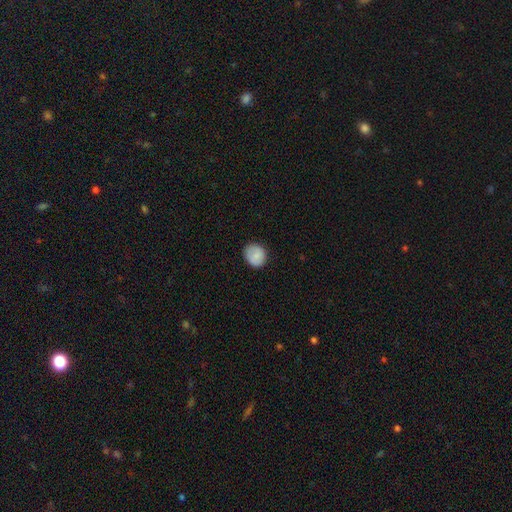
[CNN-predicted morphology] Smooth or featured? Predicted: smooth (p=0.80). How rounded? Predicted: round (p=0.73). Merging? Predicted: none (p=0.81).